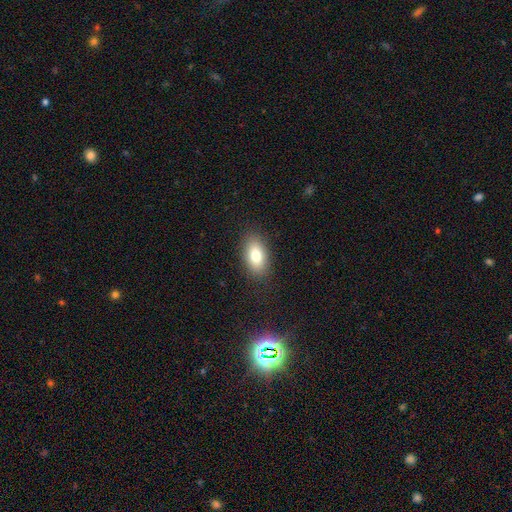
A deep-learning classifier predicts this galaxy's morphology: Overall: smooth (80%). How rounded: in between (90%). Merging: none (87%).